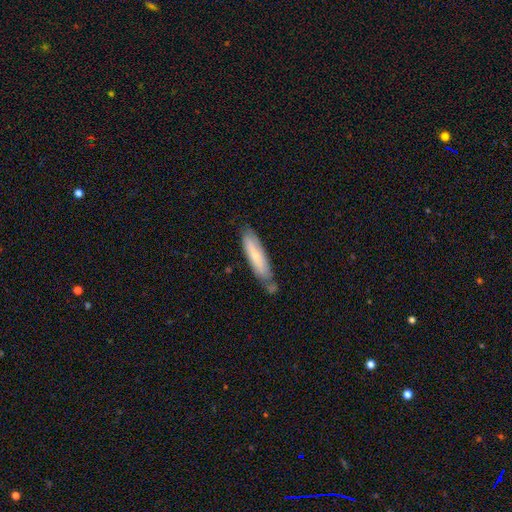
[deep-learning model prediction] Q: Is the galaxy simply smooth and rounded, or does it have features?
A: smooth — 57%.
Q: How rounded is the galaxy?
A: cigar-shaped — 71%.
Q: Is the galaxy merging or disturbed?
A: none — 61%.